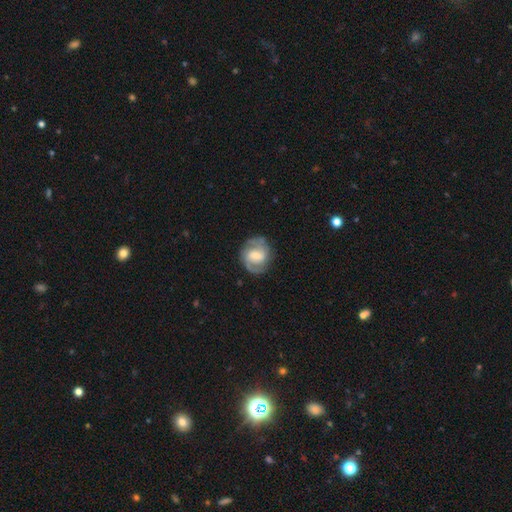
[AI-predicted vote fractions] featured or disk 75%, smooth 19%, star or artifact 6%. Down the decision tree: edge-on disk — no (98%); bar — weak (54%); spiral arms — yes (91%); spiral arm count — 2 (82%); spiral winding — medium (47%); bulge size — moderate (43%); merging — none (78%).